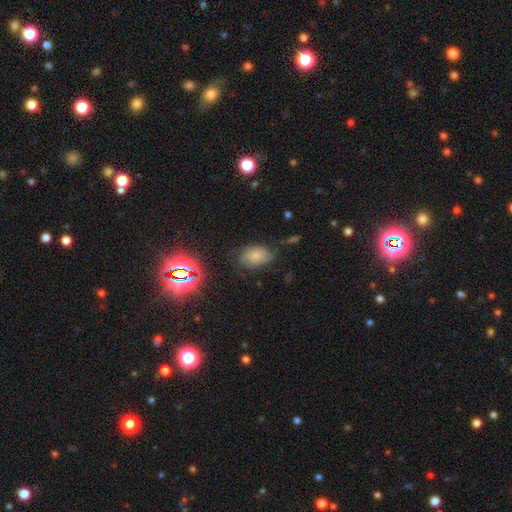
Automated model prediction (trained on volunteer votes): smooth-or-featured: smooth: 50% | featured or disk: 32% | star or artifact: 18%
  how-rounded: in between: 86% | round: 13% | cigar-shaped: 2%
  merging: none: 56% | minor disturbance: 28% | major disturbance: 13% | merger: 2%